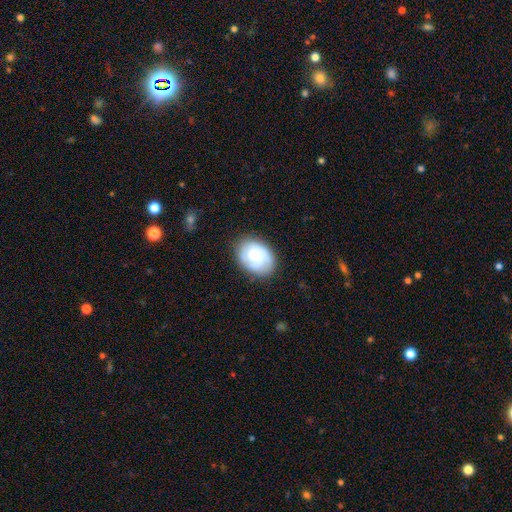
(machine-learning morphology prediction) Q: Smooth or featured?
A: featured or disk (54%); runner-up: smooth (39%)
Q: Edge-on disk?
A: no (97%); runner-up: yes (3%)
Q: Bar?
A: no (77%); runner-up: weak (20%)
Q: Spiral arms?
A: yes (86%); runner-up: no (14%)
Q: Bulge size?
A: moderate (43%); runner-up: small (27%)
Q: Merging?
A: none (76%); runner-up: minor disturbance (17%)